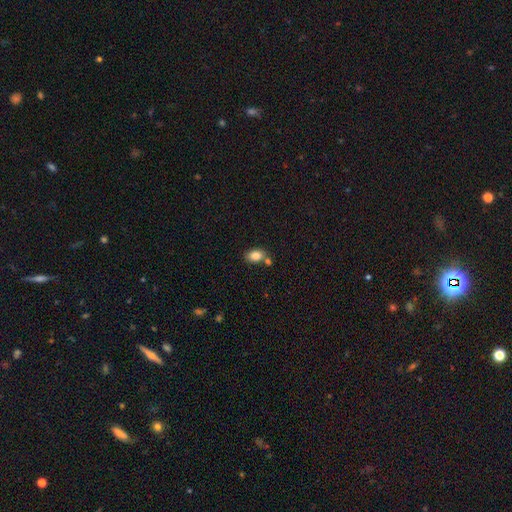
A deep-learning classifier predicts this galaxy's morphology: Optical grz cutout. It shows a smooth galaxy with no disk features (82%) that is in between round and cigar-shaped (81%). Merging: none (68%).